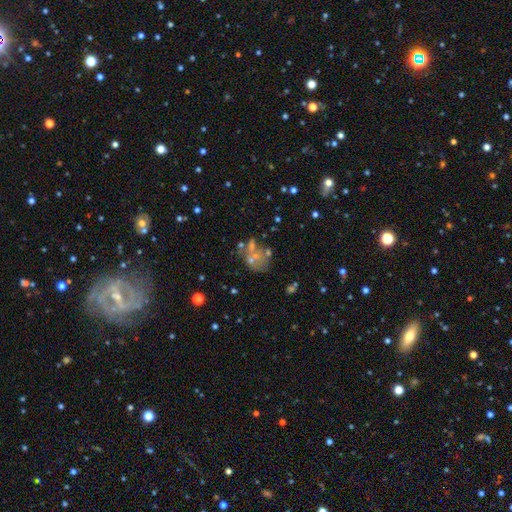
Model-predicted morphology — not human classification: This appears to be a featured or disk galaxy (46%). Merging: none (37%).